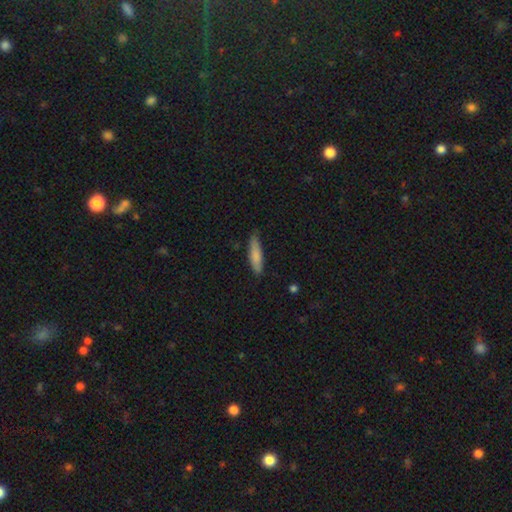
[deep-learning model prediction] smooth_or_featured: smooth (p=0.81) [alt: featured or disk p=0.13]
how_rounded: cigar-shaped (p=0.75) [alt: in between p=0.24]
merging: none (p=0.78) [alt: minor disturbance p=0.18]